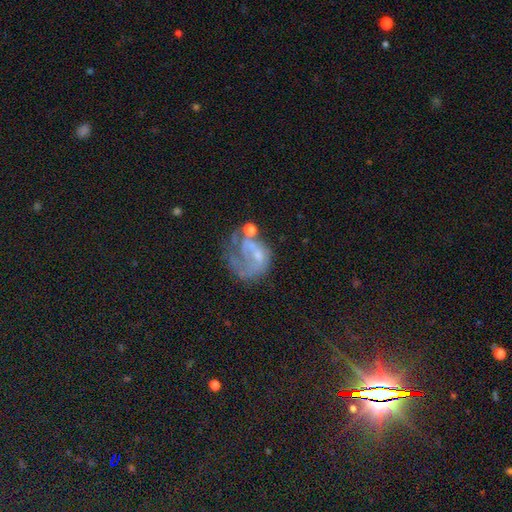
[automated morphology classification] Smooth or featured? Predicted: featured or disk (p=0.61). Edge-on disk? Predicted: no (p=0.98). Bar? Predicted: no (p=0.68). Spiral arms? Predicted: yes (p=0.51). Bulge size? Predicted: none (p=0.40). Merging? Predicted: major disturbance (p=0.44).